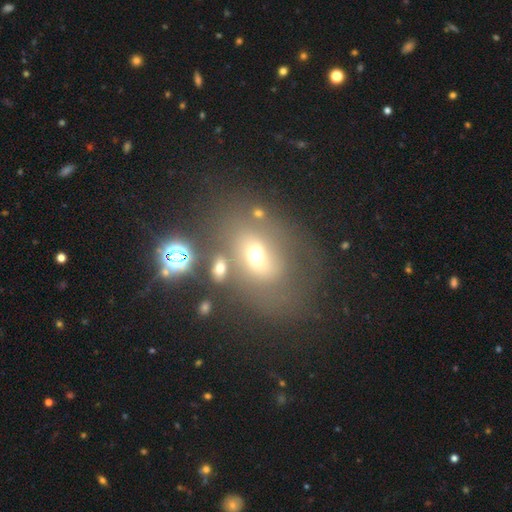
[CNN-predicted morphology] smooth-or-featured: smooth: 52% | featured or disk: 29% | star or artifact: 19%
  how-rounded: in between: 64% | round: 34% | cigar-shaped: 2%
  merging: none: 45% | minor disturbance: 20% | major disturbance: 18% | merger: 17%